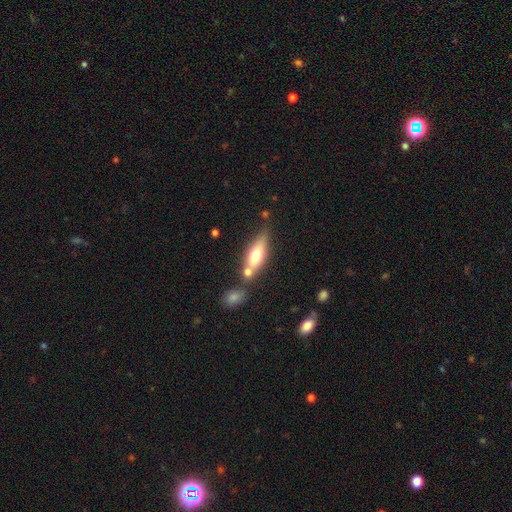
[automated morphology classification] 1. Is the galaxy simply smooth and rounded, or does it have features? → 60% smooth, 33% featured or disk, 7% star or artifact.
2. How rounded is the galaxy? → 57% in between, 39% cigar-shaped, 4% round.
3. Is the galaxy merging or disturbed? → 52% none, 28% merger, 16% minor disturbance, 5% major disturbance.